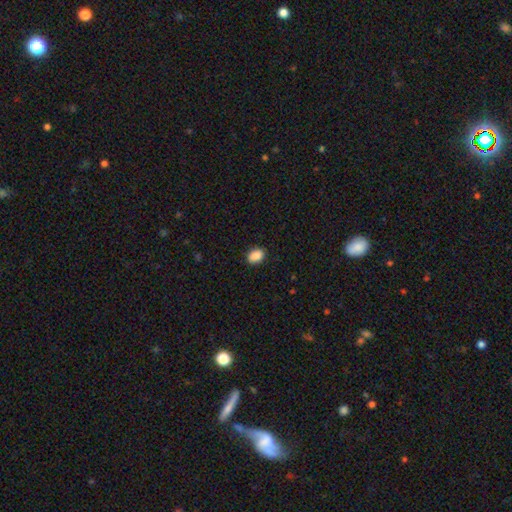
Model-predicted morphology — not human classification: Q: Smooth or featured?
A: smooth (89%); runner-up: star or artifact (8%)
Q: How rounded?
A: in between (78%); runner-up: round (21%)
Q: Merging?
A: none (87%); runner-up: minor disturbance (10%)